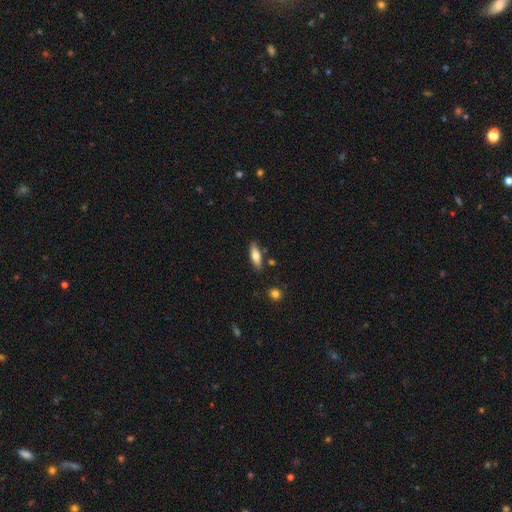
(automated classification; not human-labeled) smooth_or_featured: smooth (p=0.70) [alt: featured or disk p=0.24]
how_rounded: in between (p=0.58) [alt: cigar-shaped p=0.40]
merging: none (p=0.82) [alt: minor disturbance p=0.12]